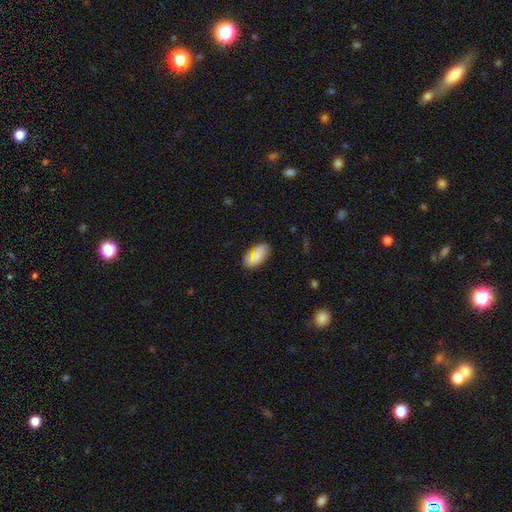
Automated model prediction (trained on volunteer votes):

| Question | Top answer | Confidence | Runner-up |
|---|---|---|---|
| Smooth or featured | smooth | 66% | featured or disk (22%) |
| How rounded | in between | 92% | cigar-shaped (4%) |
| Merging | none | 75% | minor disturbance (17%) |